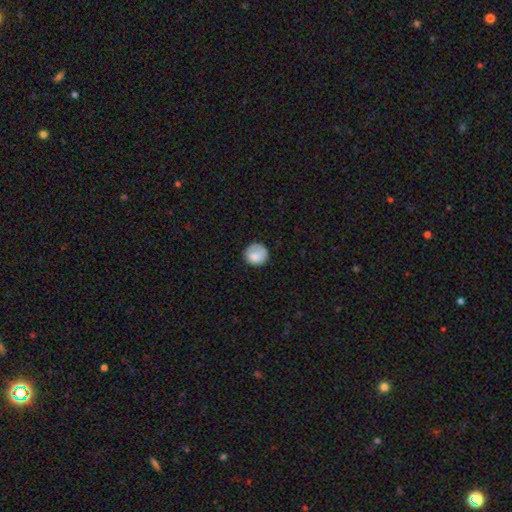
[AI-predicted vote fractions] This is clearly a smooth galaxy (83%). How rounded: clearly round (91%). Merging: likely none (77%).